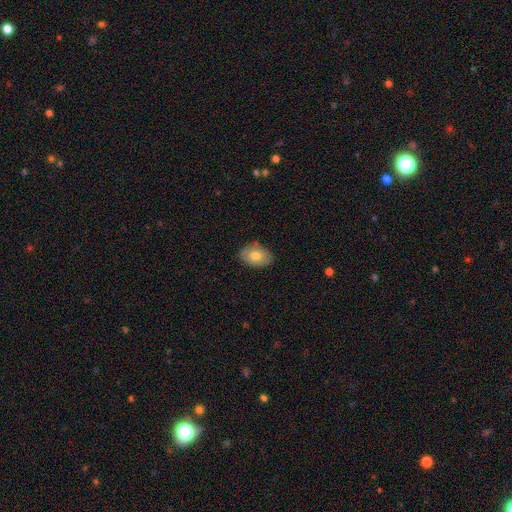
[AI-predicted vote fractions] The model was most divided on "smooth or featured": smooth: 72%, featured or disk: 22%, star or artifact: 7%. More confident: how rounded — in between (85%); merging — none (80%).